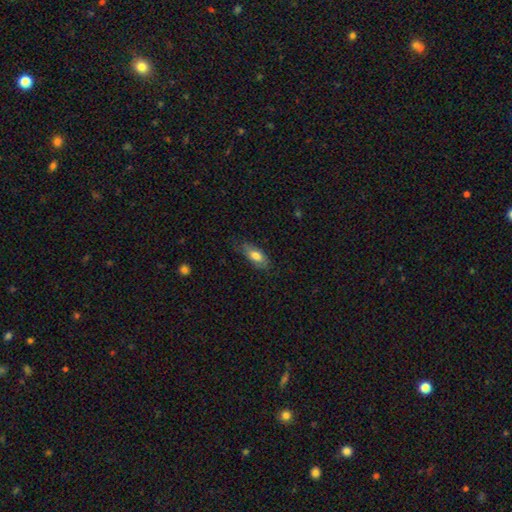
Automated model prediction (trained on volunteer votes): This appears to be a smooth galaxy with no disk features (74%) that is in between round and cigar-shaped (82%). Merging: none (66%).